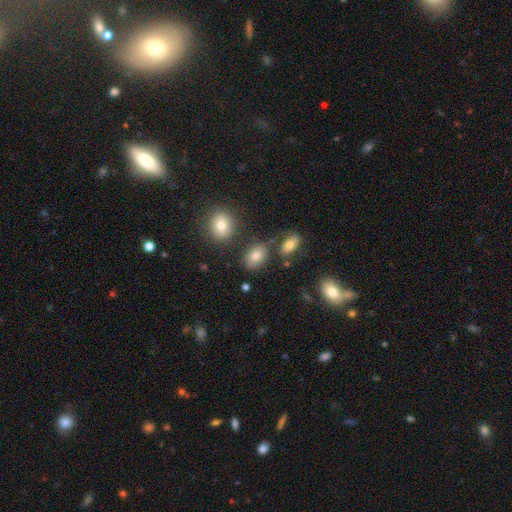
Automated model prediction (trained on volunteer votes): A smooth galaxy with no disk features (79%) that is in between round and cigar-shaped (81%).

Vote fractions:
- Smooth or featured? smooth: 79% / star or artifact: 12% / featured or disk: 9%
- How rounded? in between: 81% / round: 18% / cigar-shaped: 2%
- Merging? none: 76% / minor disturbance: 13% / merger: 7% / major disturbance: 4%